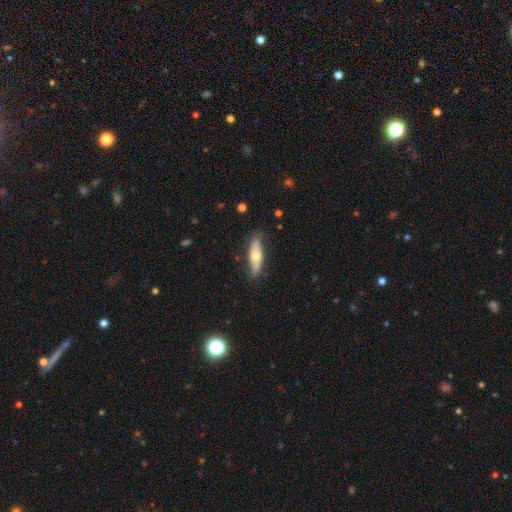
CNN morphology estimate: A smooth galaxy with no disk features (55%) that is cigar-shaped (54%). Merging: none (82%).